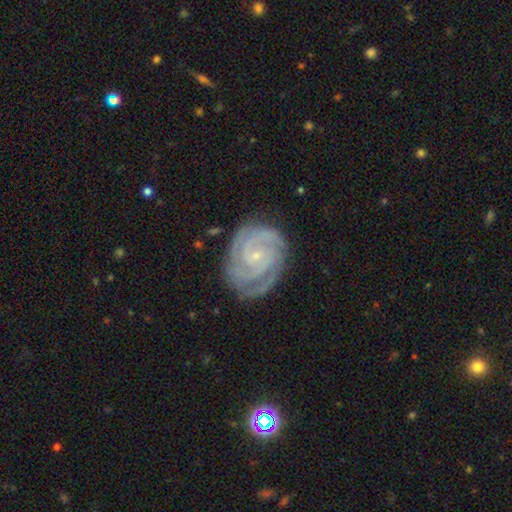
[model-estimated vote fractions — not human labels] A featured or disk galaxy (90%) with no bar (59%), 2 (43%) tight (79%) spiral arms (99%) and a small central bulge (84%). Merging: none (78%).